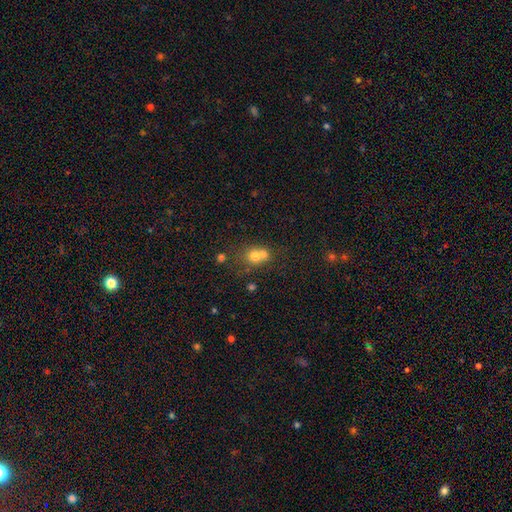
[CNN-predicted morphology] Smooth or featured?
  - smooth: 70% *
  - featured or disk: 16%
  - star or artifact: 14%
How rounded?
  - round: 76% *
  - in between: 23%
  - cigar-shaped: 1%
Merging?
  - merger: 57% *
  - none: 33%
  - minor disturbance: 7%
  - major disturbance: 3%